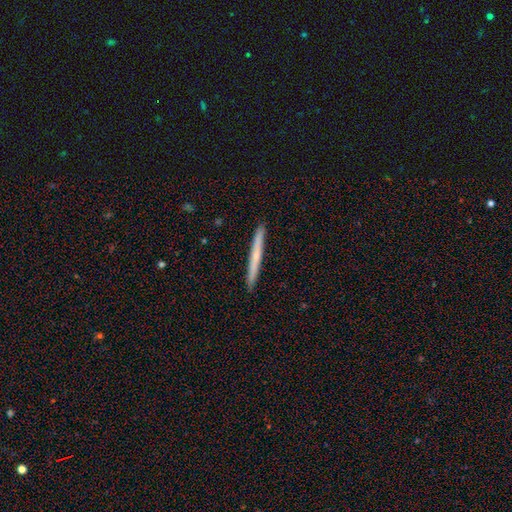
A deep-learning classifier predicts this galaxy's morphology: This appears to be a smooth galaxy with no disk features (54%) that is cigar-shaped (97%). Merging: none (93%).